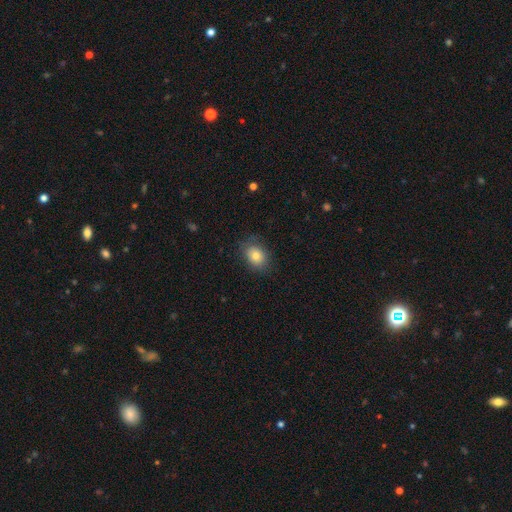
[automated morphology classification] This appears to be a smooth galaxy with no disk features (79%) that is in between round and cigar-shaped (60%). Merging: none (80%).